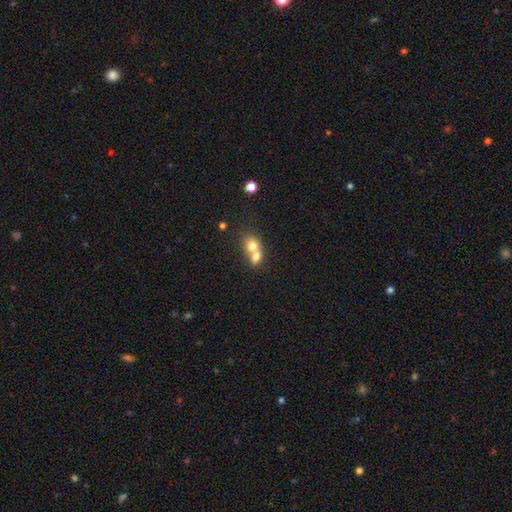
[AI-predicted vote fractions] The model was most divided on "how rounded": round: 54%, in between: 45%, cigar-shaped: 1%. More confident: merging — merger (71%); smooth or featured — smooth (71%).